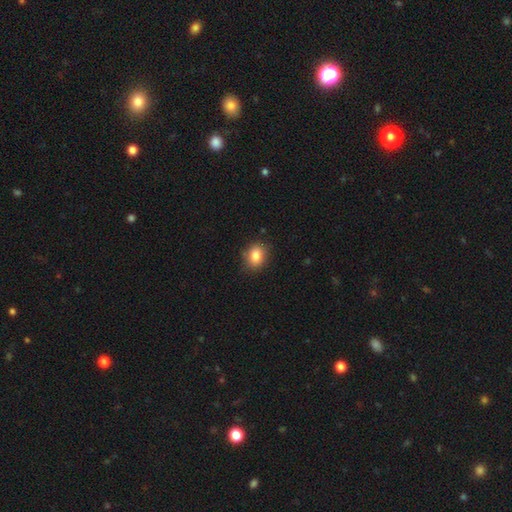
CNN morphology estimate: type=smooth (84%); roundness=in between (53%); merging=none (83%).